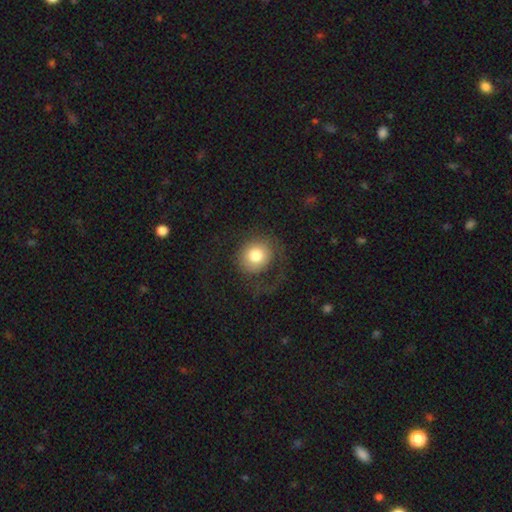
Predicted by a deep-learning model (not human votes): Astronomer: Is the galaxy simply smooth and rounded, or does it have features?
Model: smooth — 73%.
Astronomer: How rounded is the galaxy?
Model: round — 85%.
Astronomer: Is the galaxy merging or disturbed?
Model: none — 58%.